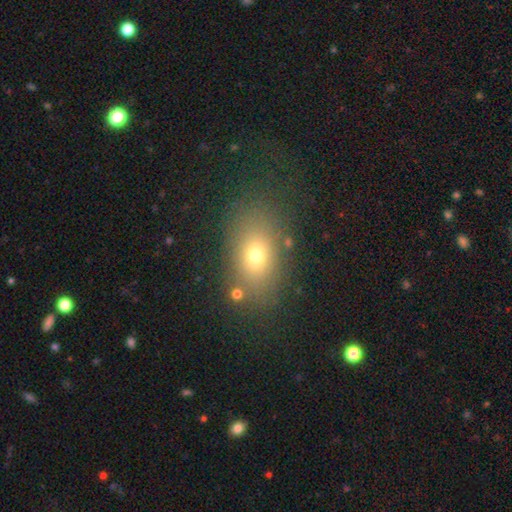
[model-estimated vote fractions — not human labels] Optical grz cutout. It shows a smooth galaxy with no disk features (71%) that is in between round and cigar-shaped (81%). Merging: none (75%).